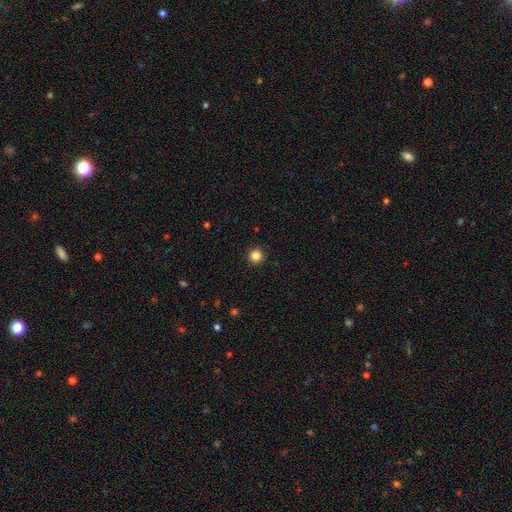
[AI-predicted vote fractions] Morphology: type=smooth (84%); roundness=round (96%); merging=none (93%).